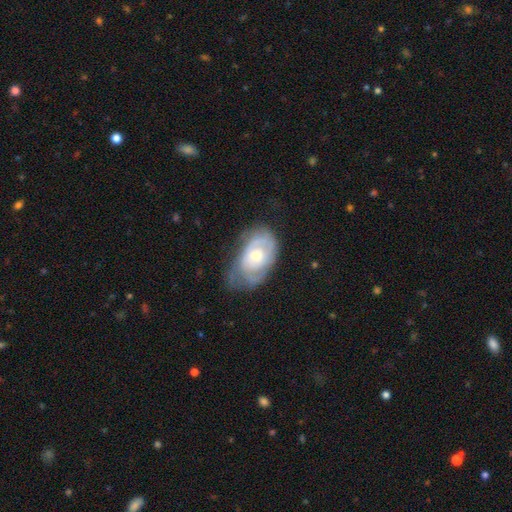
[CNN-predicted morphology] Smooth or featured? Predicted: featured or disk (p=0.63). Edge-on disk? Predicted: no (p=0.95). Bar? Predicted: no (p=0.78). Spiral arms? Predicted: yes (p=0.70). Bulge size? Predicted: moderate (p=0.60). Merging? Predicted: none (p=0.46).